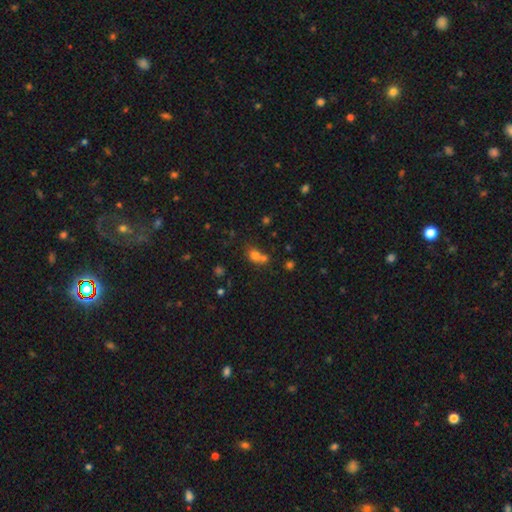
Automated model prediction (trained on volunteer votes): Smooth or featured?
  - smooth: 71% *
  - star or artifact: 17%
  - featured or disk: 12%
How rounded?
  - round: 61% *
  - in between: 38%
  - cigar-shaped: 1%
Merging?
  - merger: 53% *
  - none: 34%
  - minor disturbance: 9%
  - major disturbance: 5%